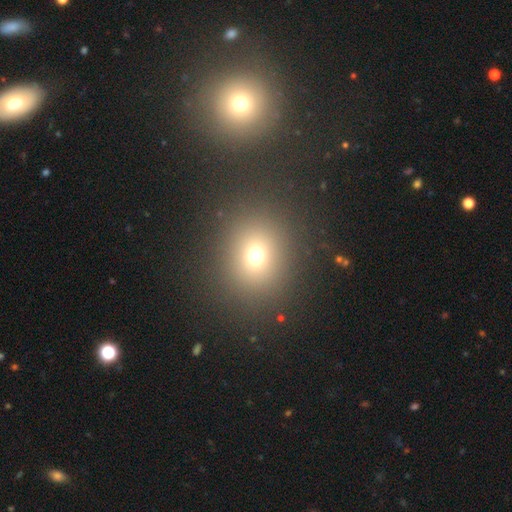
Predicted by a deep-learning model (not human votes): smooth-or-featured: smooth: 70% | star or artifact: 20% | featured or disk: 9%
  how-rounded: round: 78% | in between: 21% | cigar-shaped: 1%
  merging: none: 86% | minor disturbance: 7% | major disturbance: 5% | merger: 2%